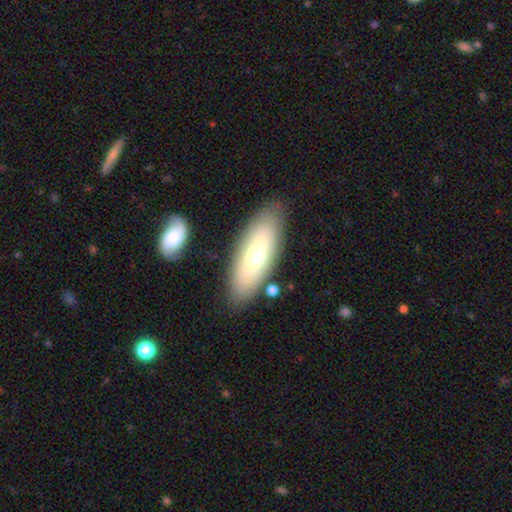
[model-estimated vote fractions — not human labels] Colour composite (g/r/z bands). It shows a smooth galaxy with no disk features (62%) that is in between round and cigar-shaped (73%). Merging: none (82%).